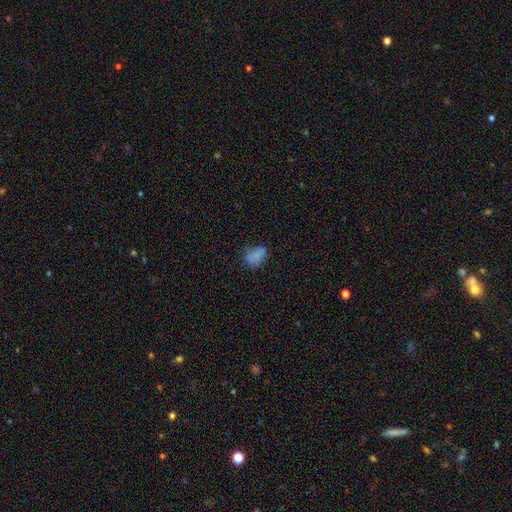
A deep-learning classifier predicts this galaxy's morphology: type=smooth (71%); roundness=in between (75%); merging=none (52%).